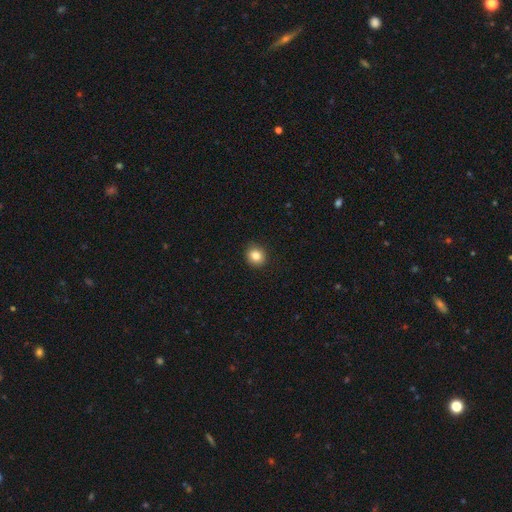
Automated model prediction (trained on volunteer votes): Morphology: type=smooth (85%); roundness=round (78%); merging=none (91%).